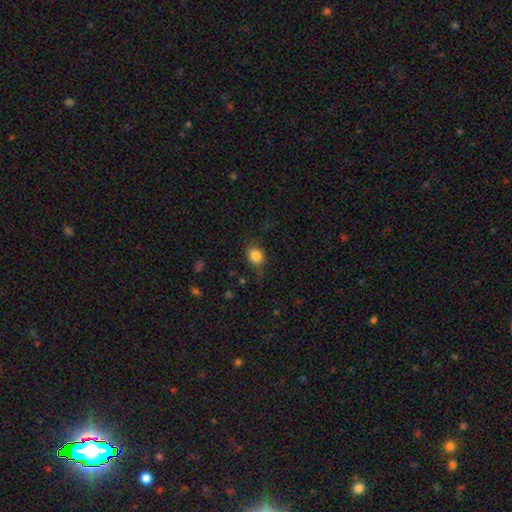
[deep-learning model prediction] Smooth or featured: smooth — 83% (star or artifact — 10%)
How rounded: round — 58% (in between — 41%)
Merging: none — 73% (minor disturbance — 20%)